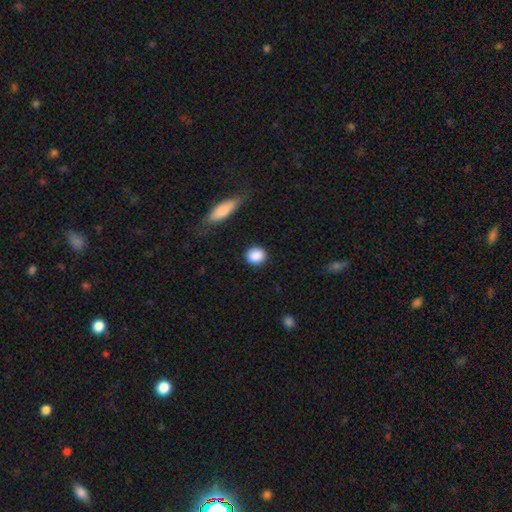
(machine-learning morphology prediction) This appears to be a smooth galaxy with no disk features (89%) that is round (80%). Merging: none (88%).